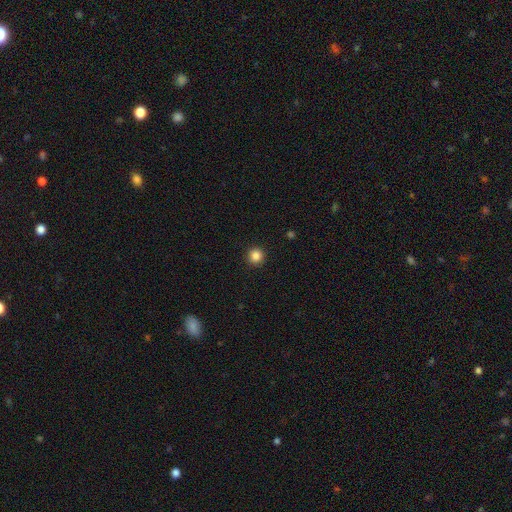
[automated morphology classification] A smooth galaxy with no disk features (85%) that is round (96%).

Vote fractions:
- Smooth or featured? smooth: 85% / star or artifact: 11% / featured or disk: 4%
- How rounded? round: 96% / in between: 3% / cigar-shaped: 1%
- Merging? none: 93% / minor disturbance: 4% / major disturbance: 2% / merger: 1%